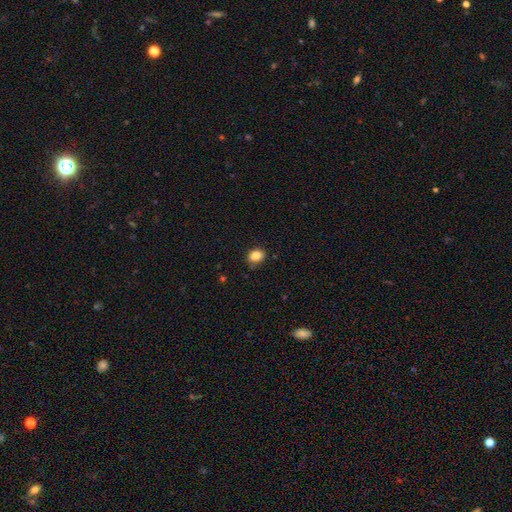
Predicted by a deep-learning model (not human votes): A smooth galaxy with no disk features (86%) that is in between round and cigar-shaped (59%). Merging: none (83%).